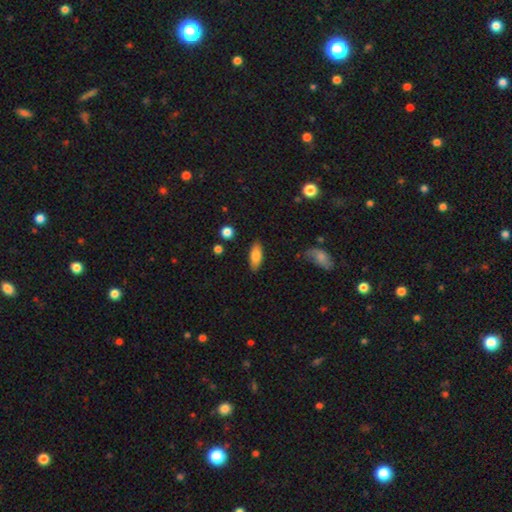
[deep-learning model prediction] A smooth galaxy with no disk features (78%) that is in between round and cigar-shaped (79%).

Vote fractions:
- Smooth or featured? smooth: 78% / featured or disk: 15% / star or artifact: 7%
- How rounded? in between: 79% / cigar-shaped: 19% / round: 3%
- Merging? none: 85% / minor disturbance: 11% / major disturbance: 2% / merger: 2%